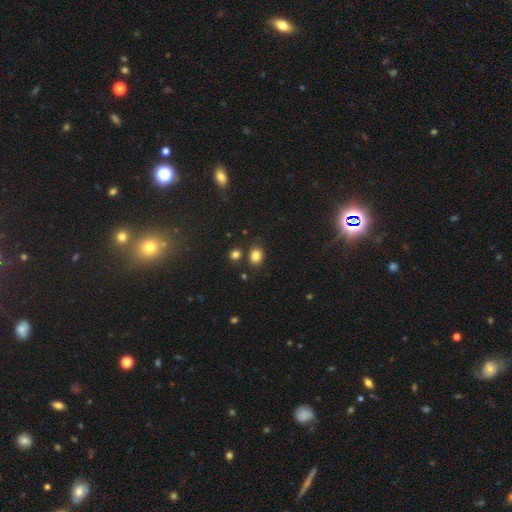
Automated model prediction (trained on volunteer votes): Smooth or featured?
  - smooth: 83% *
  - star or artifact: 12%
  - featured or disk: 5%
How rounded?
  - round: 50% *
  - in between: 49%
  - cigar-shaped: 1%
Merging?
  - none: 77% *
  - minor disturbance: 11%
  - merger: 9%
  - major disturbance: 3%